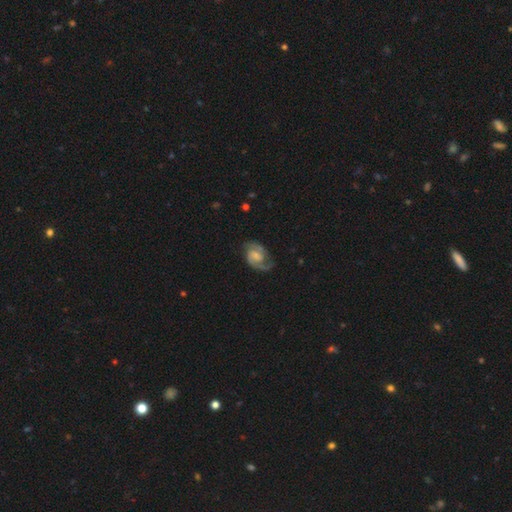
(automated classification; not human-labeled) Smooth or featured?
  - featured or disk: 85% *
  - smooth: 10%
  - star or artifact: 5%
Edge-on disk?
  - no: 98% *
  - yes: 2%
Bar?
  - weak: 52% *
  - no: 36%
  - strong: 13%
Spiral arms?
  - yes: 97% *
  - no: 3%
Spiral winding?
  - medium: 54% *
  - tight: 30%
  - loose: 16%
Spiral arm count?
  - 2: 89% *
  - can't tell: 4%
  - 1: 4%
  - 3: 1%
  - 4: 1%
  - more than 4: 1%
Bulge size?
  - none: 30% * (tied)
  - small: 30% * (tied)
  - moderate: 30% * (tied)
  - large: 9%
  - dominant: 1%
Merging?
  - none: 74% *
  - minor disturbance: 17%
  - major disturbance: 7%
  - merger: 1%